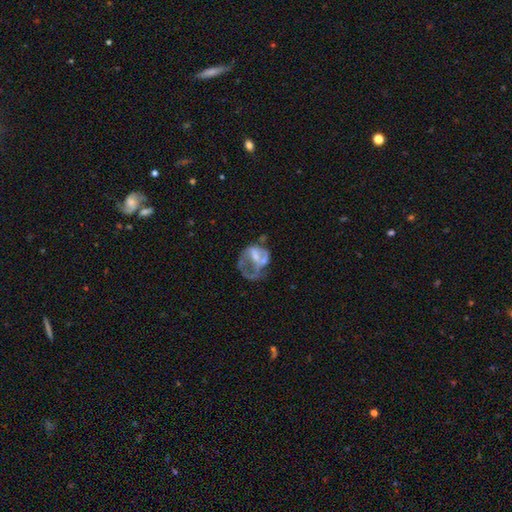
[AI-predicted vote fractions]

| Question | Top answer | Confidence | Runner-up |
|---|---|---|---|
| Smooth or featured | featured or disk | 60% | smooth (30%) |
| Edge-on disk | no | 98% | yes (2%) |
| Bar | no | 64% | weak (26%) |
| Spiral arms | no | 73% | yes (27%) |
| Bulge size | none | 37% | moderate (30%) |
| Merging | major disturbance | 47% | none (23%) |